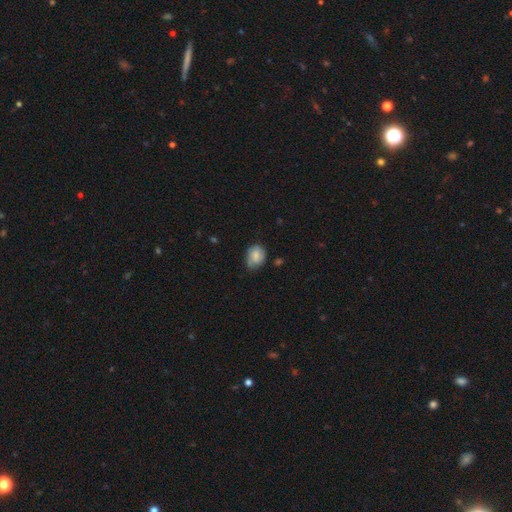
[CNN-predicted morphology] type=smooth (69%); roundness=in between (56%); merging=none (57%).